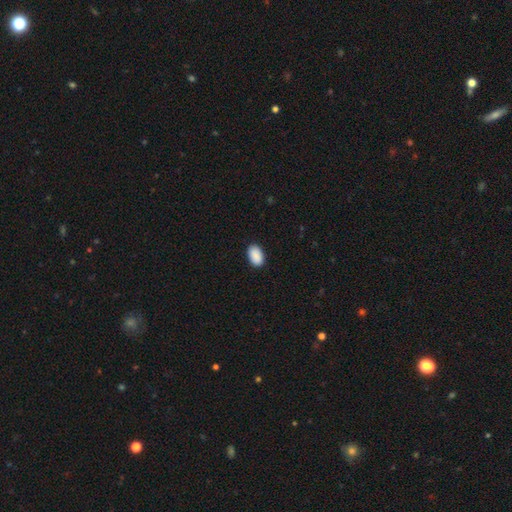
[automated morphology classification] This is clearly a smooth galaxy (91%). How rounded: clearly in between (93%). Merging: clearly none (89%).